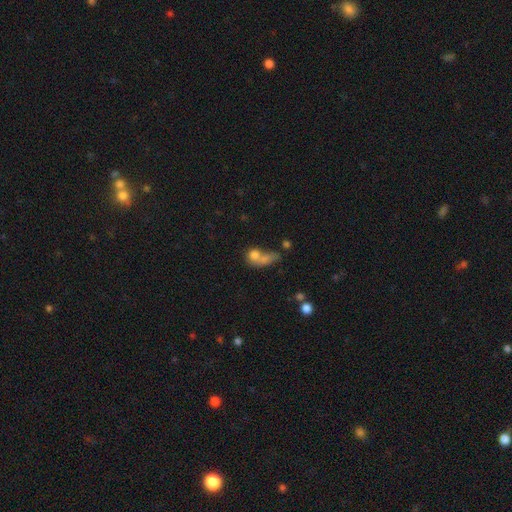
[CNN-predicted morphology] Smooth or featured: smooth — 70% (featured or disk — 17%)
How rounded: round — 51% (in between — 44%)
Merging: merger — 52% (none — 24%)